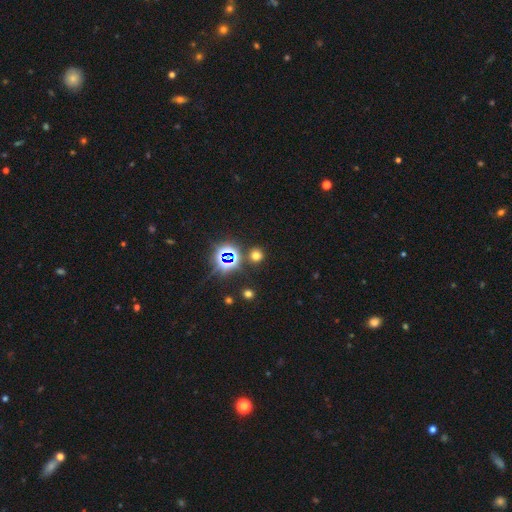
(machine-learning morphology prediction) Smooth or featured? Predicted: smooth (p=0.59). How rounded? Predicted: round (p=0.90). Merging? Predicted: none (p=0.85).